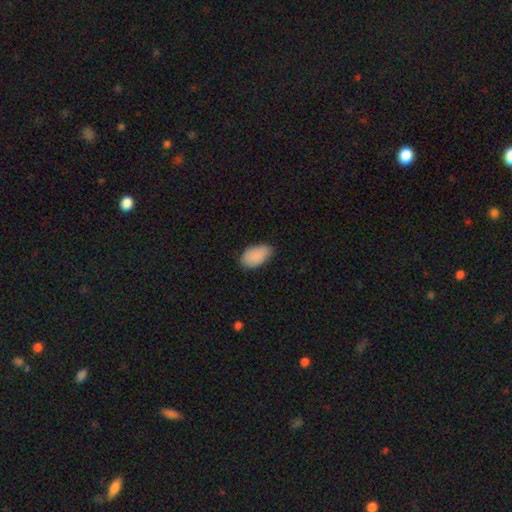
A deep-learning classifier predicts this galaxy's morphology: Q: Smooth or featured?
A: smooth (89%); runner-up: star or artifact (7%)
Q: How rounded?
A: in between (94%); runner-up: round (5%)
Q: Merging?
A: none (70%); runner-up: minor disturbance (25%)